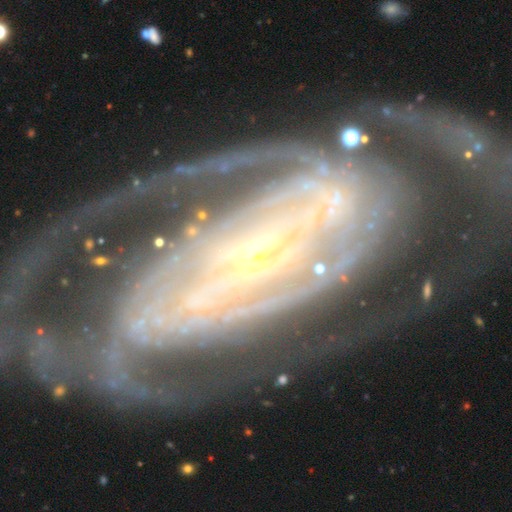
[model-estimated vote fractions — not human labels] smooth-or-featured: featured or disk: 90% | star or artifact: 5% | smooth: 5%
  disk-edge-on: no: 94% | yes: 6%
    bar: no: 41% | strong: 33% | weak: 25%
    has-spiral-arms: yes: 95% | no: 5%
      spiral-winding: tight: 57% | medium: 34% | loose: 9%
      spiral-arm-count: 2: 44% | can't tell: 21% | 3: 14% | 4: 8% | more than 4: 6% | 1: 6%
    bulge-size: small: 84% | moderate: 9% | large: 3% | none: 2% | dominant: 2%
  merging: none: 67% | minor disturbance: 16% | major disturbance: 15% | merger: 2%